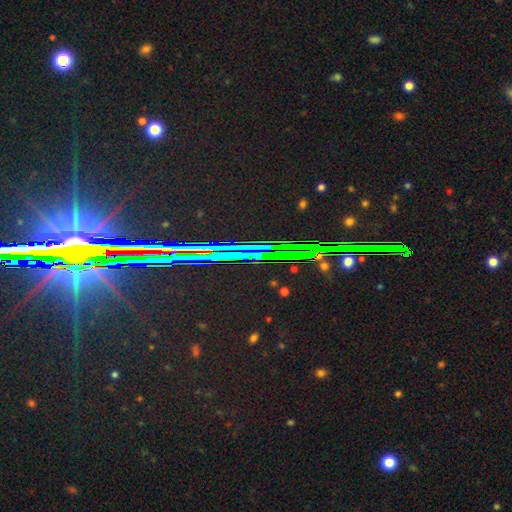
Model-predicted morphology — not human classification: type=star or artifact (84%).